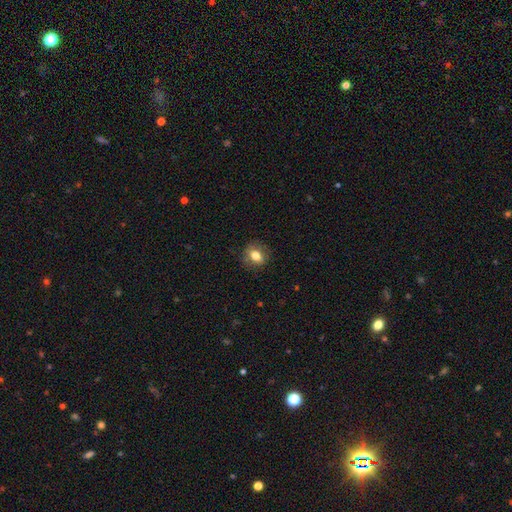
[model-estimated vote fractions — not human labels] Morphology: type=smooth (75%); roundness=round (52%); merging=none (84%).